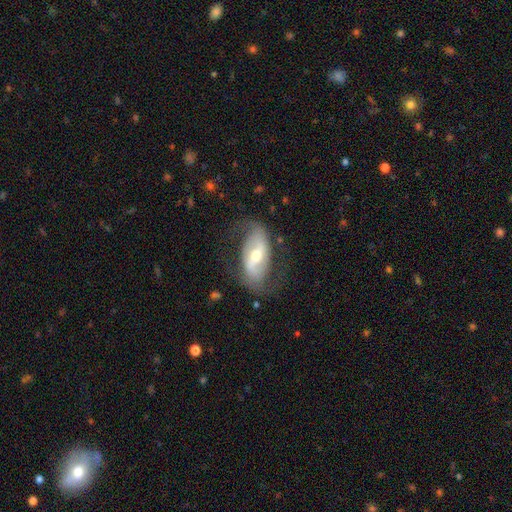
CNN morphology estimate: Overall: featured or disk (77%). Edge-on disk: no (93%). Bar: strong (44%; weak 36%). Spiral arms: yes (86%). Spiral arm count: 2 (87%). Spiral winding: loose (58%; medium 31%). Bulge size: moderate (58%; small 36%). Merging: none (68%).